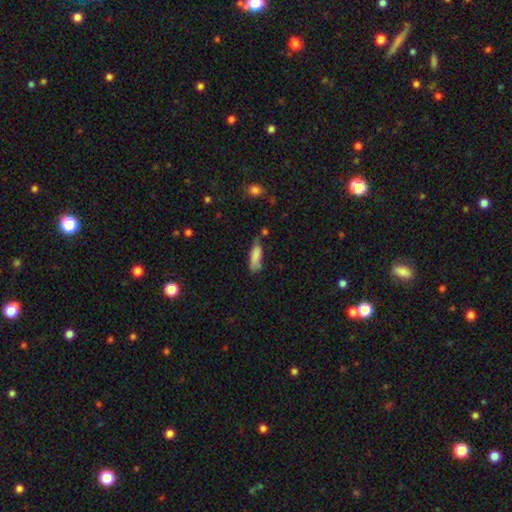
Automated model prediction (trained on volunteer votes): Smooth or featured?
  - smooth: 80% *
  - featured or disk: 12%
  - star or artifact: 8%
How rounded?
  - in between: 49% * (tied)
  - cigar-shaped: 49% * (tied)
  - round: 2%
Merging?
  - none: 48% *
  - minor disturbance: 33%
  - major disturbance: 11%
  - merger: 8%